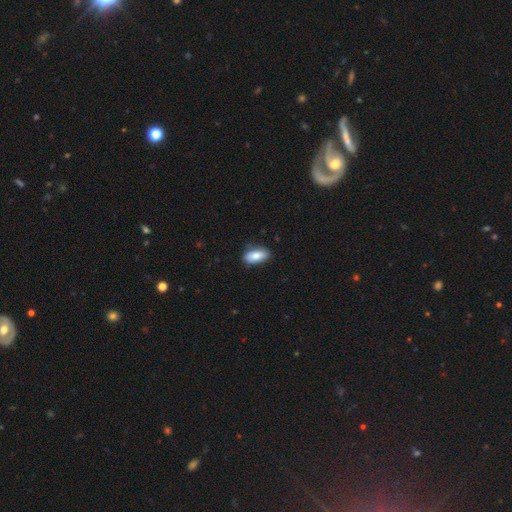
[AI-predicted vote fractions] A smooth galaxy with no disk features (78%) that is in between round and cigar-shaped (88%).

Vote fractions:
- Smooth or featured? smooth: 78% / featured or disk: 15% / star or artifact: 6%
- How rounded? in between: 88% / cigar-shaped: 9% / round: 3%
- Merging? none: 78% / minor disturbance: 18% / major disturbance: 3% / merger: 1%